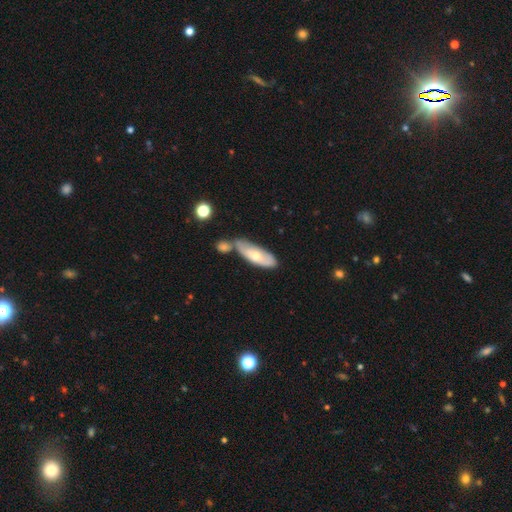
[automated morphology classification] Smooth or featured?
  - smooth: 58% *
  - featured or disk: 37%
  - star or artifact: 5%
How rounded?
  - in between: 62% *
  - cigar-shaped: 36%
  - round: 2%
Merging?
  - none: 39% *
  - merger: 35%
  - minor disturbance: 20%
  - major disturbance: 6%